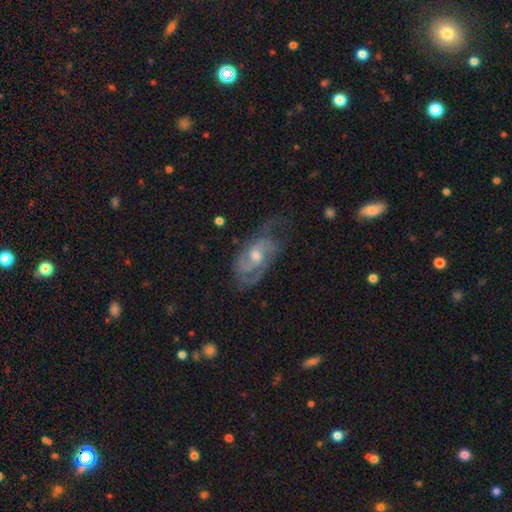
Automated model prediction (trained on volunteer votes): smooth_or_featured: featured or disk (p=0.83) [alt: smooth p=0.11]
disk_edge_on: no (p=0.95) [alt: yes p=0.05]
bar: no (p=0.59) [alt: weak p=0.35]
has_spiral_arms: yes (p=0.94) [alt: no p=0.06]
spiral_winding: tight (p=0.45) [alt: medium p=0.42]
spiral_arm_count: 2 (p=0.53) [alt: can't tell p=0.22]
bulge_size: moderate (p=0.65) [alt: small p=0.28]
merging: none (p=0.58) [alt: minor disturbance p=0.25]